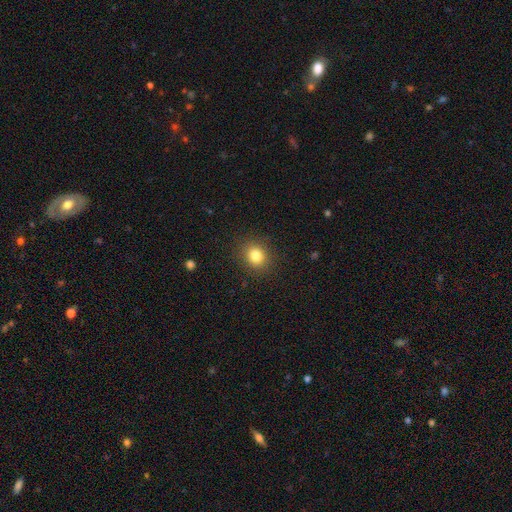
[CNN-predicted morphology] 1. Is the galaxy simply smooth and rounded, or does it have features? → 82% smooth, 11% star or artifact, 6% featured or disk.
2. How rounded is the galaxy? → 71% round, 28% in between, 1% cigar-shaped.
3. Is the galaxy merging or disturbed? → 89% none, 7% minor disturbance, 3% major disturbance, 1% merger.